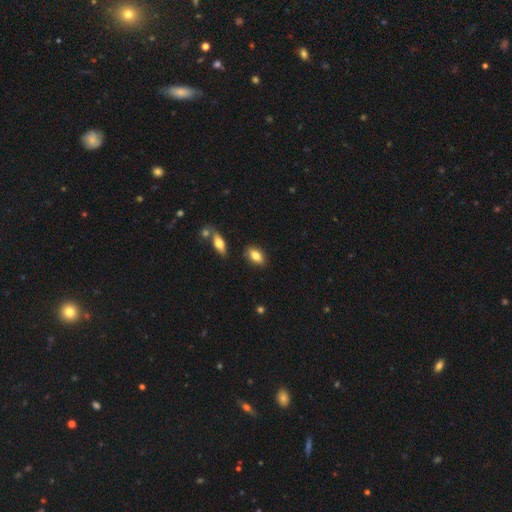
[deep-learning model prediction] Morphology: type=smooth (80%); roundness=in between (88%); merging=none (84%).